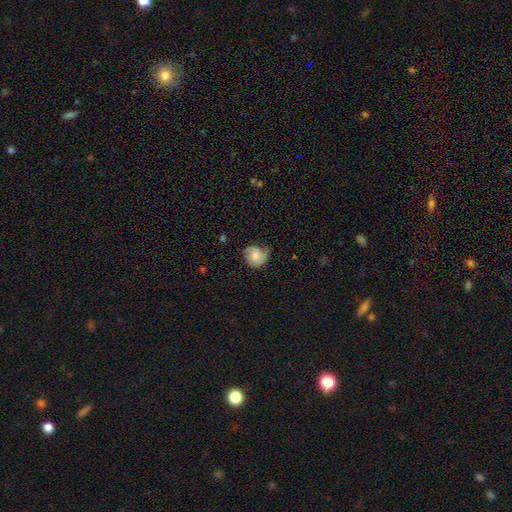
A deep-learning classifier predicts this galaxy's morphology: Smooth or featured? Predicted: smooth (p=0.59). How rounded? Predicted: round (p=0.78). Merging? Predicted: none (p=0.57).